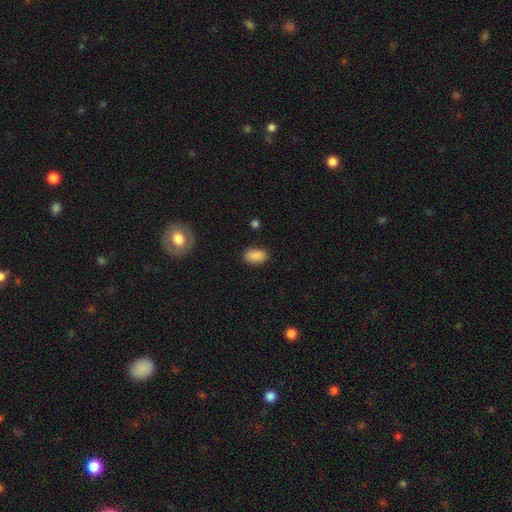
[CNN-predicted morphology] Smooth or featured?
  - smooth: 88% *
  - star or artifact: 8%
  - featured or disk: 5%
How rounded?
  - in between: 91% *
  - round: 8%
  - cigar-shaped: 2%
Merging?
  - none: 84% *
  - minor disturbance: 11%
  - major disturbance: 3%
  - merger: 2%